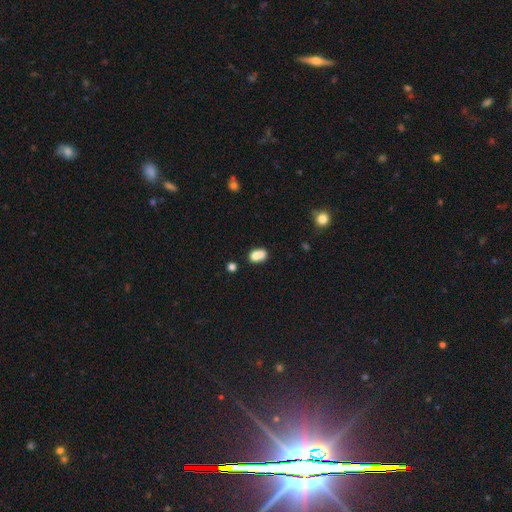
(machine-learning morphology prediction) Smooth or featured: smooth — 82% (star or artifact — 10%)
How rounded: in between — 83% (round — 14%)
Merging: none — 56% (minor disturbance — 22%)